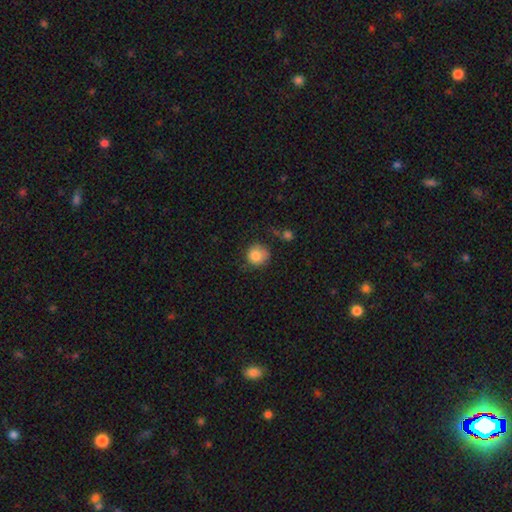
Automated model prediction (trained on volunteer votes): Morphology: type=smooth (84%); roundness=round (90%); merging=none (69%).